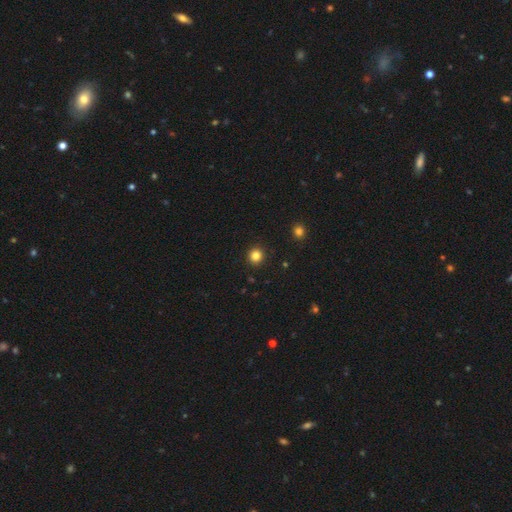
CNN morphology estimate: smooth 83%, star or artifact 12%, featured or disk 4%. Down the decision tree: how rounded — round (92%); merging — none (93%).